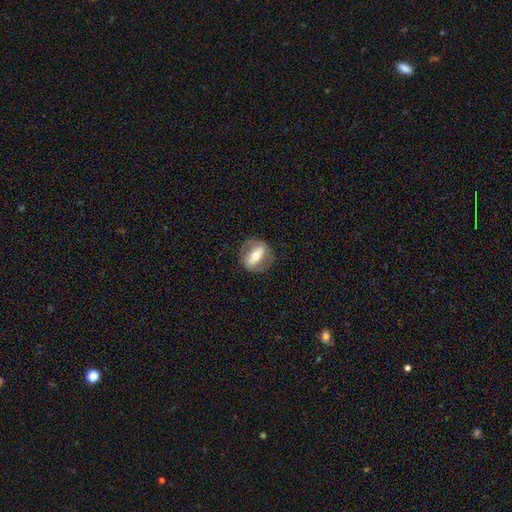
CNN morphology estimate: Smooth or featured? Predicted: featured or disk (p=0.61). Edge-on disk? Predicted: no (p=0.87). Bar? Predicted: strong (p=0.54). Spiral arms? Predicted: no (p=0.52). Bulge size? Predicted: moderate (p=0.69). Merging? Predicted: none (p=0.79).